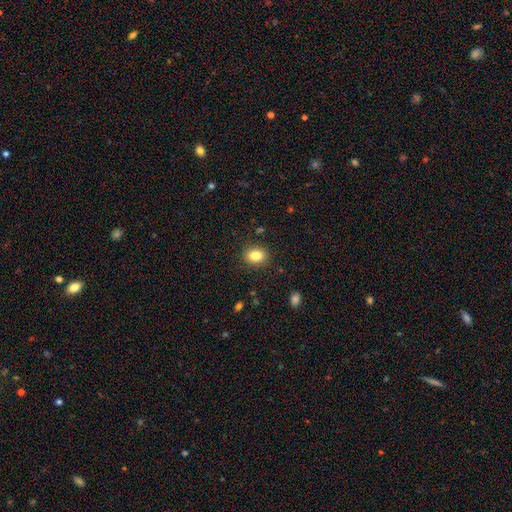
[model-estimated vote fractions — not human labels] Q: Smooth or featured?
A: smooth (83%); runner-up: star or artifact (10%)
Q: How rounded?
A: in between (53%); runner-up: round (46%)
Q: Merging?
A: none (88%); runner-up: minor disturbance (8%)